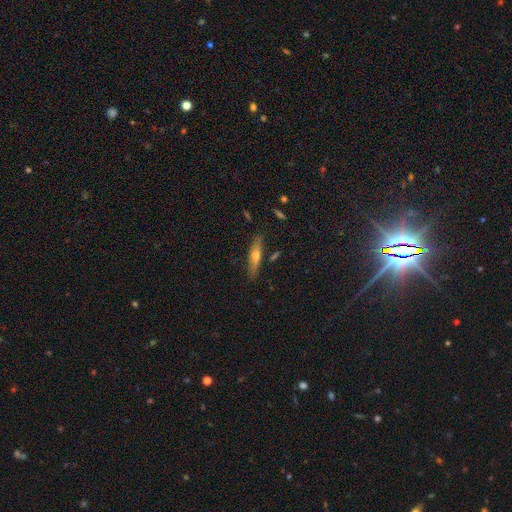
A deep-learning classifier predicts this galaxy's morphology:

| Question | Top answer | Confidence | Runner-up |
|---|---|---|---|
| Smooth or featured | featured or disk | 47% | smooth (45%) |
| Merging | none | 85% | minor disturbance (11%) |